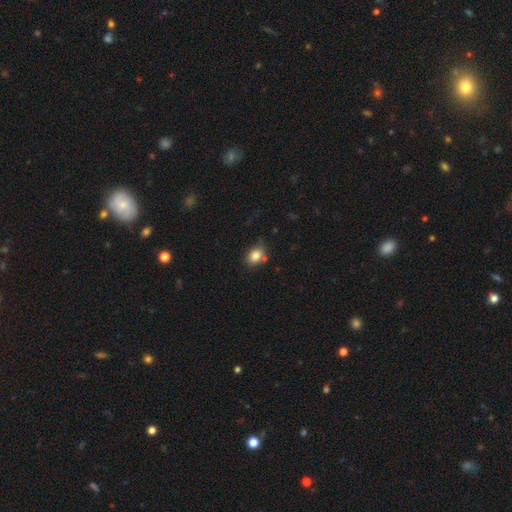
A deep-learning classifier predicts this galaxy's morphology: Smooth or featured?
  - smooth: 83% *
  - star or artifact: 10%
  - featured or disk: 7%
How rounded?
  - round: 51% *
  - in between: 48%
  - cigar-shaped: 1%
Merging?
  - none: 69% *
  - minor disturbance: 18%
  - merger: 9%
  - major disturbance: 5%